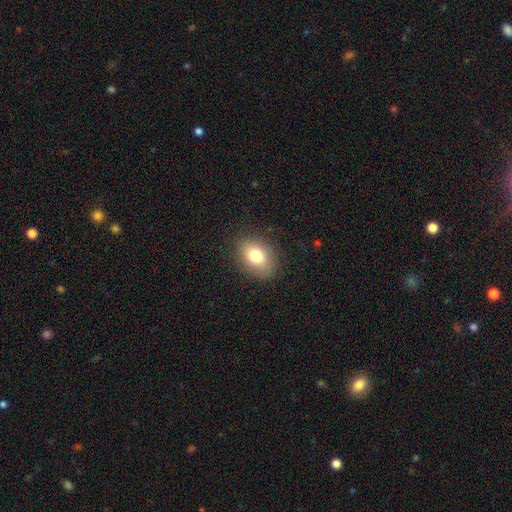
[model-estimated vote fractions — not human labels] Overall: smooth (79%). How rounded: in between (75%). Merging: none (85%).